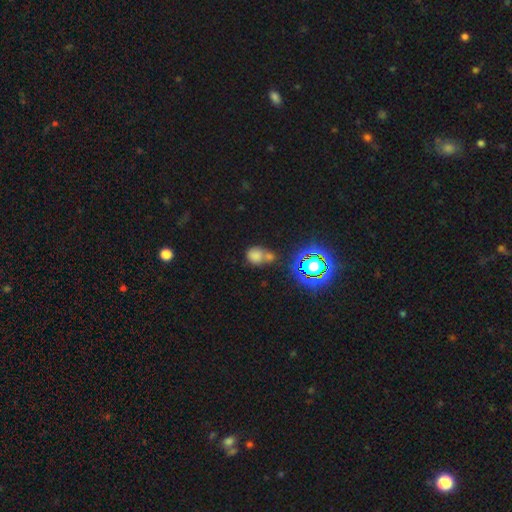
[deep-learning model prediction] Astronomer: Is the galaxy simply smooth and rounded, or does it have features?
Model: smooth — 70%.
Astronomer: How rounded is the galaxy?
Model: round — 68%.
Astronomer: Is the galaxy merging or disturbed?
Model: merger — 44% (runner-up: none, 38%).